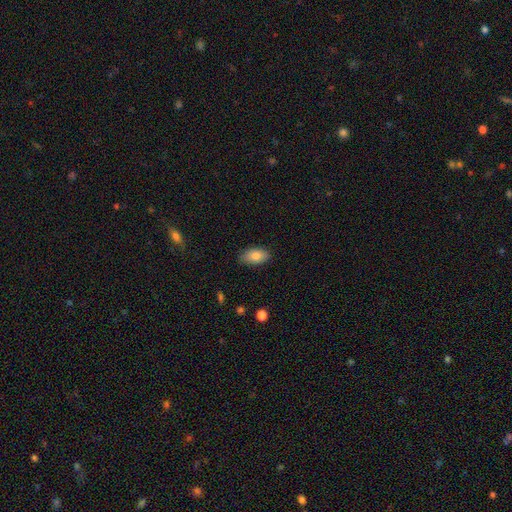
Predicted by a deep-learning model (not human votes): smooth 83%, featured or disk 10%, star or artifact 7%. Down the decision tree: how rounded — in between (93%); merging — none (84%).